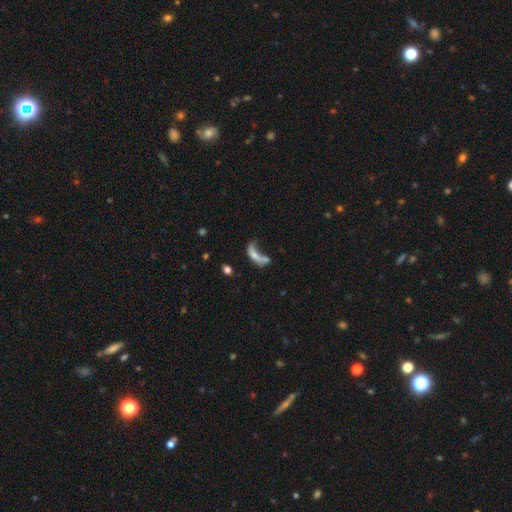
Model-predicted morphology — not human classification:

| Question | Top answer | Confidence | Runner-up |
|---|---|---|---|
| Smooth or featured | smooth | 51% | featured or disk (36%) |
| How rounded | in between | 51% | cigar-shaped (42%) |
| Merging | merger | 34% | major disturbance (32%) |